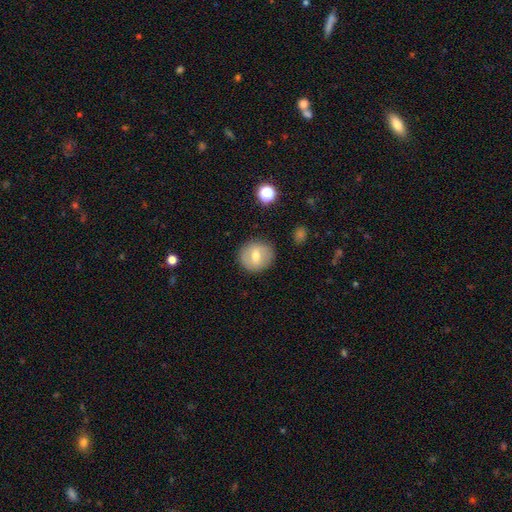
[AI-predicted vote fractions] This appears to be a smooth galaxy with no disk features (58%) that is round (86%). Merging: none (87%).